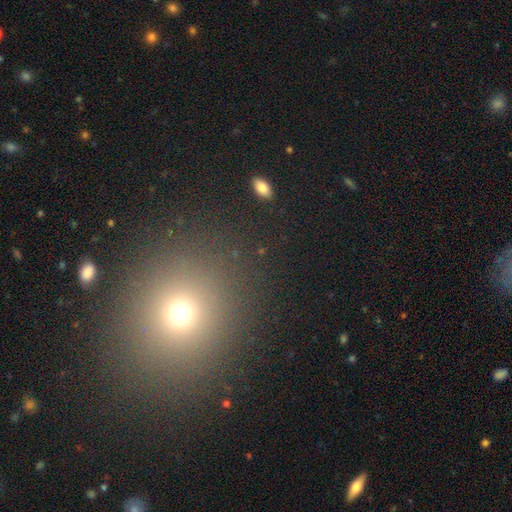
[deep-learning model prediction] smooth-or-featured: smooth: 60% | star or artifact: 32% | featured or disk: 8%
  how-rounded: round: 77% | in between: 22% | cigar-shaped: 1%
  merging: none: 89% | minor disturbance: 6% | major disturbance: 3% | merger: 2%